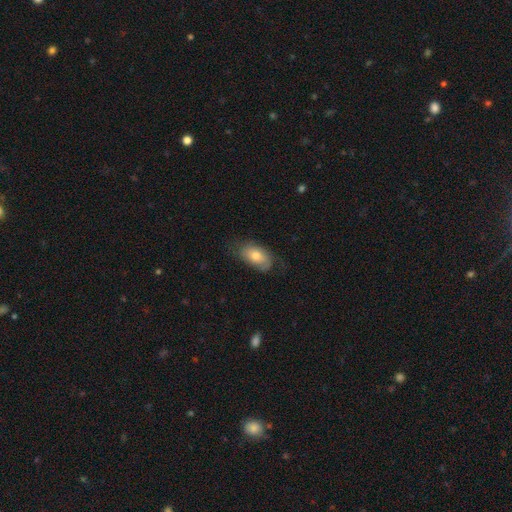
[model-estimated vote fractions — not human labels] A smooth galaxy with no disk features (67%) that is in between round and cigar-shaped (91%).

Vote fractions:
- Smooth or featured? smooth: 67% / featured or disk: 26% / star or artifact: 7%
- How rounded? in between: 91% / round: 6% / cigar-shaped: 3%
- Merging? none: 61% / minor disturbance: 27% / major disturbance: 11% / merger: 1%